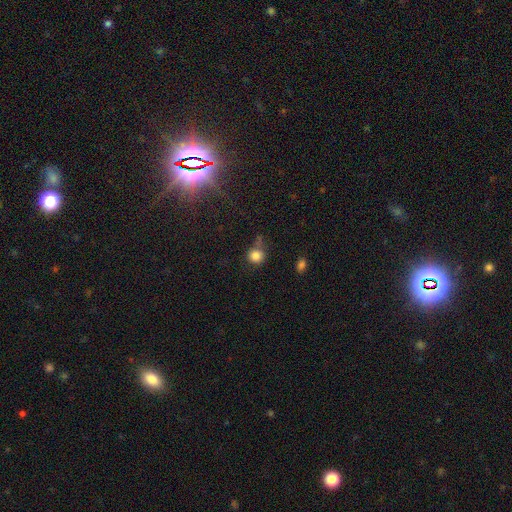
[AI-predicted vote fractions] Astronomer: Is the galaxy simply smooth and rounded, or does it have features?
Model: smooth — 82%.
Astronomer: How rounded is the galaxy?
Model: round — 88%.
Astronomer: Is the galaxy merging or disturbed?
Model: none — 60%.